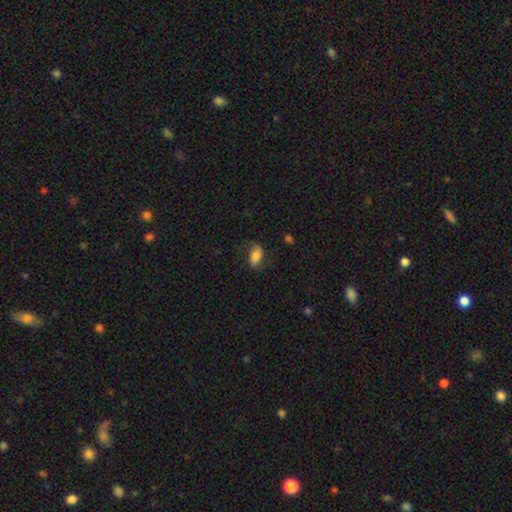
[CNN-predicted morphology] This is likely a smooth galaxy (67%). How rounded: clearly in between (89%). Merging: likely none (65%).